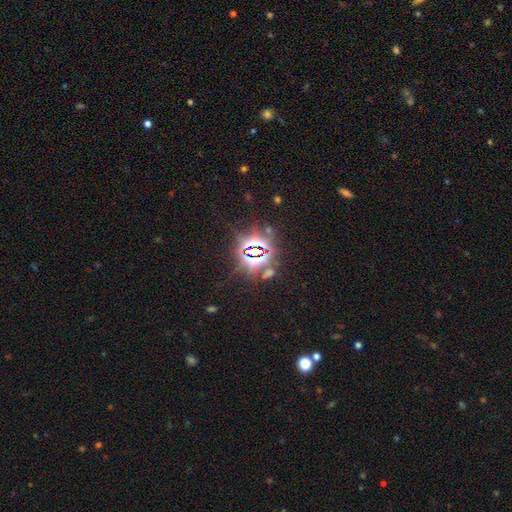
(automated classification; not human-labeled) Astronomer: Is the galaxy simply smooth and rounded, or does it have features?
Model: star or artifact — 83%.